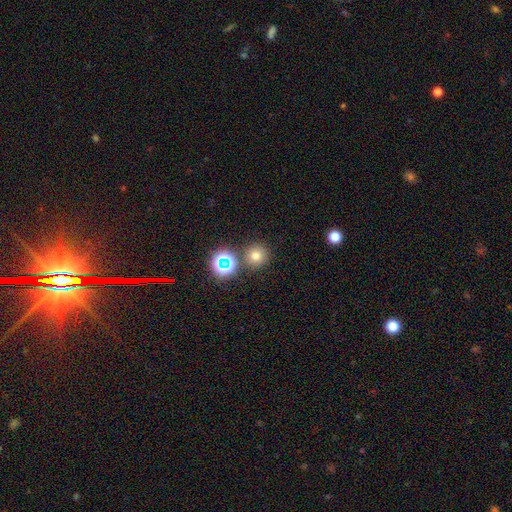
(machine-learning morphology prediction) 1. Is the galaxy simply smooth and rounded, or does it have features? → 69% smooth, 23% star or artifact, 9% featured or disk.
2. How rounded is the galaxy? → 93% round, 6% in between, 1% cigar-shaped.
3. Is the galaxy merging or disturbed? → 79% none, 10% merger, 8% minor disturbance, 3% major disturbance.